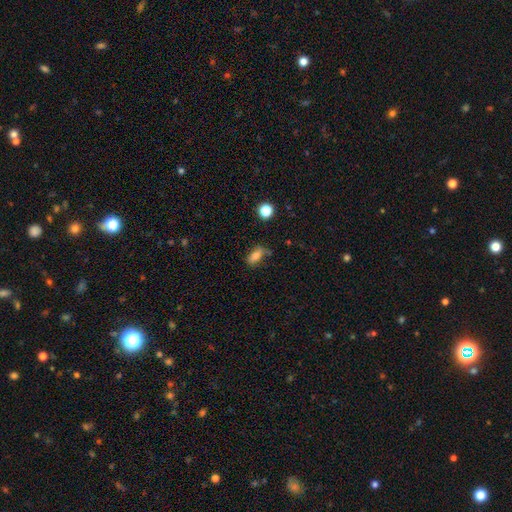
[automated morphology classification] Smooth or featured? smooth (73%)
How rounded? in between (75%)
Merging? none (62%)